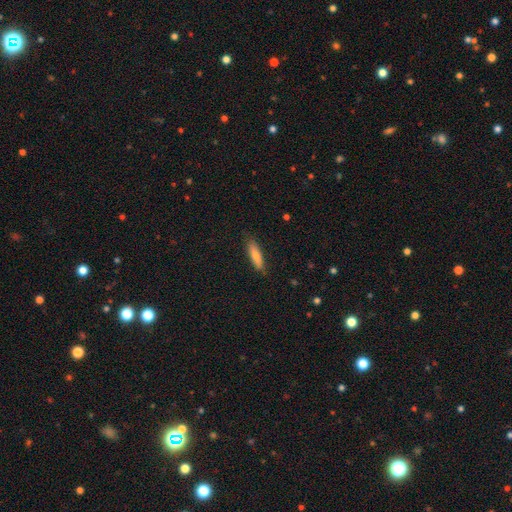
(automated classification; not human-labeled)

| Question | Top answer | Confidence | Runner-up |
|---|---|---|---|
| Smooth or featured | smooth | 70% | featured or disk (22%) |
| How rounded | cigar-shaped | 74% | in between (24%) |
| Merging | none | 86% | minor disturbance (11%) |